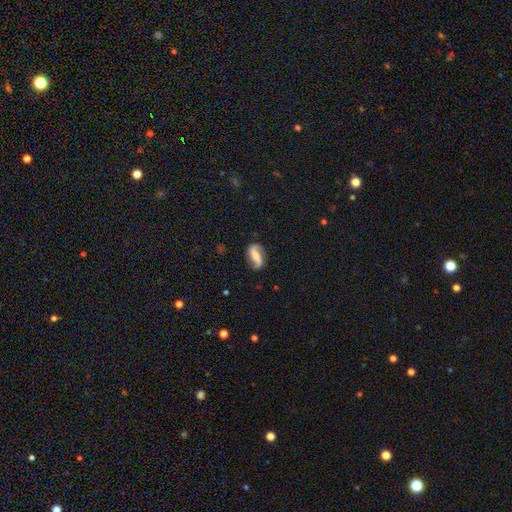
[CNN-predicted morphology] A featured or disk galaxy (70%) with a strong bar (42%), 2 (90%) loose (68%) spiral arms (92%) and a small central bulge (36%).

Vote fractions:
- Smooth or featured? featured or disk: 70% / smooth: 22% / star or artifact: 8%
- Edge-on disk? no: 94% / yes: 6%
- Bar? strong: 42% / weak: 32% / no: 26%
- Spiral arms? yes: 92% / no: 8%
- Spiral winding? loose: 68% / medium: 23% / tight: 10%
- Spiral arm count? 2: 90% / 1: 4% / can't tell: 3% / 3: 1% / 4: 1% / more than 4: 1%
- Bulge size? small: 36% / moderate: 34% / none: 18% / large: 9% / dominant: 3%
- Merging? none: 77% / minor disturbance: 16% / major disturbance: 6% / merger: 2%